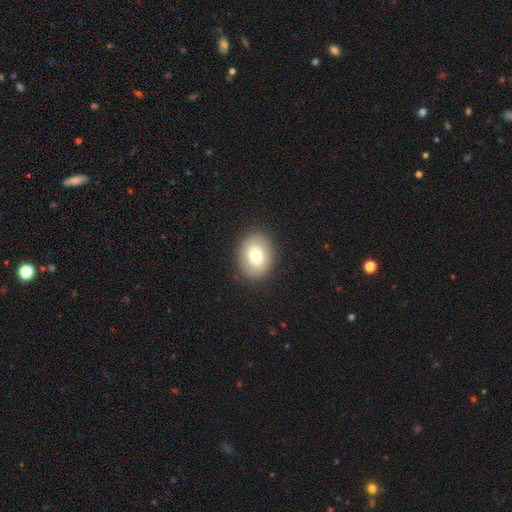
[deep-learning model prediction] Morphology: type=smooth (75%); roundness=in between (59%); merging=none (88%).